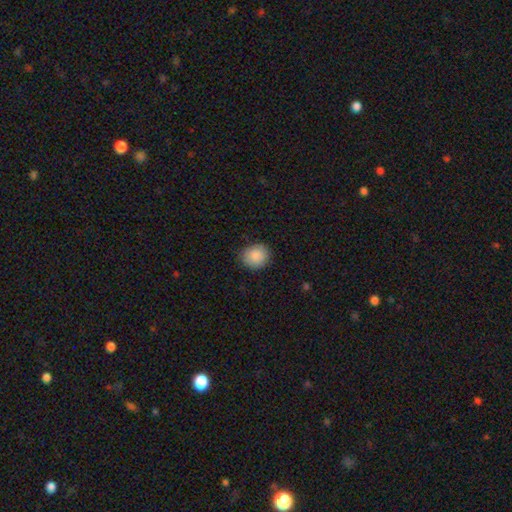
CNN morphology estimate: This appears to be a smooth galaxy with no disk features (88%) that is round (77%). Merging: none (86%).